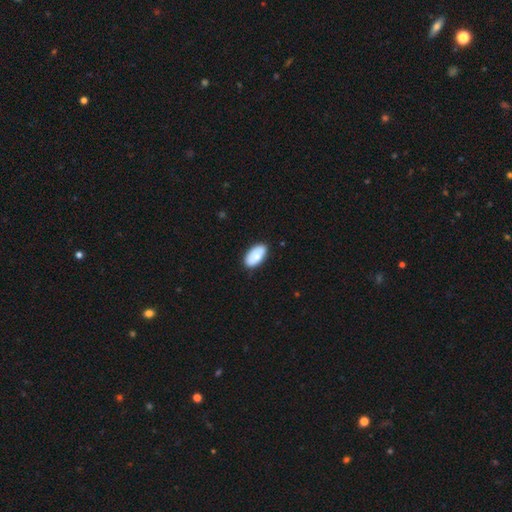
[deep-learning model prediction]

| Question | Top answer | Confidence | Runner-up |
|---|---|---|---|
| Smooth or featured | smooth | 82% | featured or disk (12%) |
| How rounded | in between | 94% | cigar-shaped (3%) |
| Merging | none | 83% | minor disturbance (13%) |